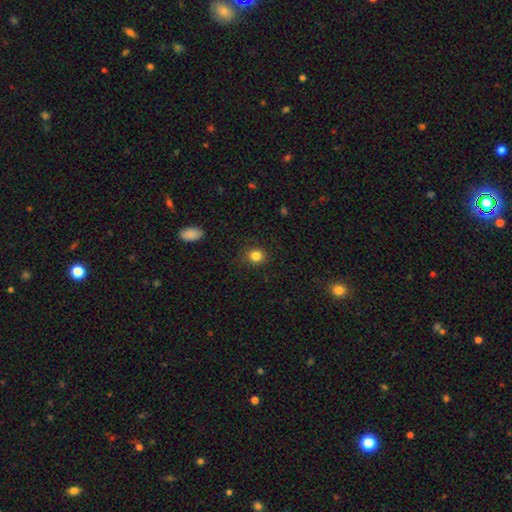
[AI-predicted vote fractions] Smooth or featured? Predicted: smooth (p=0.84). How rounded? Predicted: round (p=0.81). Merging? Predicted: none (p=0.82).